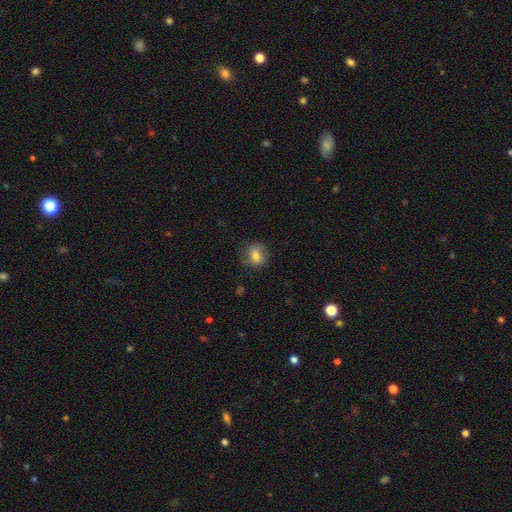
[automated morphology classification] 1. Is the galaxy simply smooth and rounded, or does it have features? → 77% smooth, 14% featured or disk, 9% star or artifact.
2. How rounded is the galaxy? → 77% round, 22% in between, 1% cigar-shaped.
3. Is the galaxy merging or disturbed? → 82% none, 13% minor disturbance, 4% major disturbance, 1% merger.